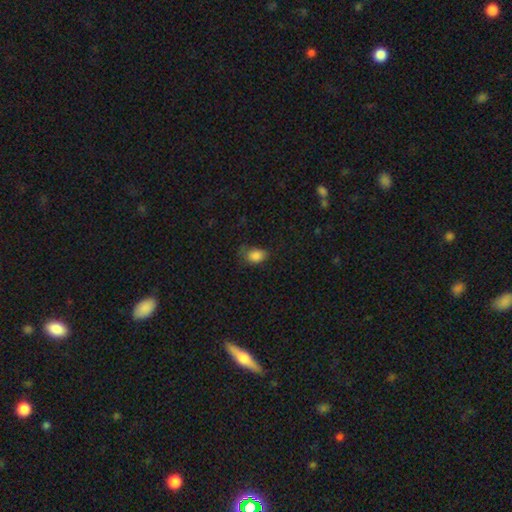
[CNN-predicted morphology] A smooth galaxy with no disk features (85%) that is in between round and cigar-shaped (75%).

Vote fractions:
- Smooth or featured? smooth: 85% / star or artifact: 10% / featured or disk: 6%
- How rounded? in between: 75% / round: 24% / cigar-shaped: 1%
- Merging? none: 54% / minor disturbance: 32% / major disturbance: 13% / merger: 2%